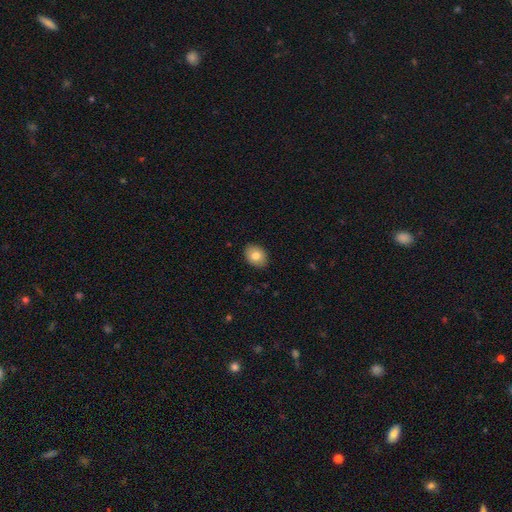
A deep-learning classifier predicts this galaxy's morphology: A smooth galaxy with no disk features (80%) that is in between round and cigar-shaped (60%).

Vote fractions:
- Smooth or featured? smooth: 80% / featured or disk: 12% / star or artifact: 8%
- How rounded? in between: 60% / round: 39% / cigar-shaped: 1%
- Merging? none: 89% / minor disturbance: 9% / major disturbance: 2% / merger: 1%